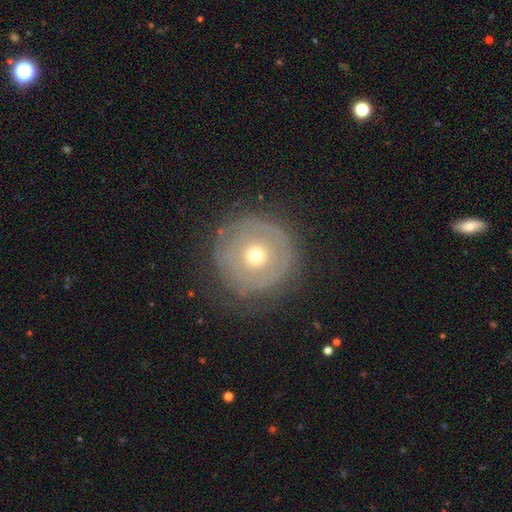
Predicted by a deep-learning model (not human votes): This appears to be a featured or disk galaxy (53%) with no bar (90%), no spiral arms (70%) and a small central bulge (51%). Merging: none (74%).